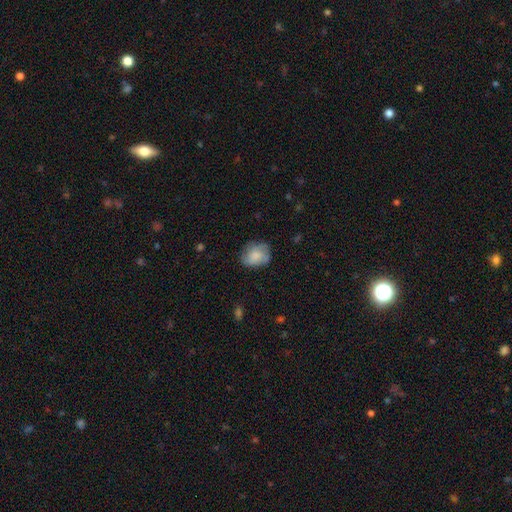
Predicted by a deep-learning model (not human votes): Smooth or featured? smooth (71%)
How rounded? in between (49%, tied with round)
Merging? none (63%)